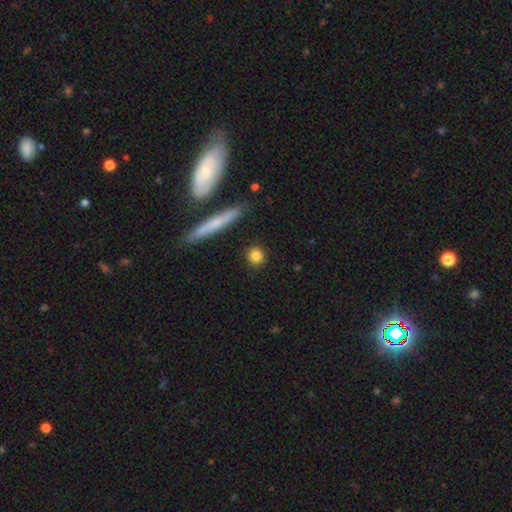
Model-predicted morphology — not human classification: smooth_or_featured: smooth (p=0.83) [alt: star or artifact p=0.09]
how_rounded: round (p=0.85) [alt: in between p=0.10]
merging: none (p=0.89) [alt: minor disturbance p=0.07]